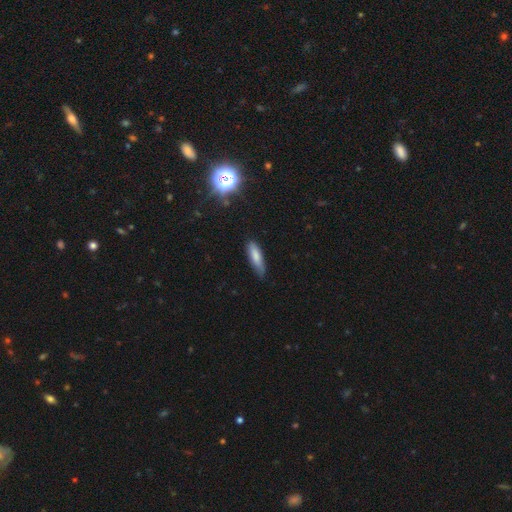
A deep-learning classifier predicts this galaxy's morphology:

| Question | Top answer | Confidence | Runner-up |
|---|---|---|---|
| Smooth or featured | smooth | 79% | featured or disk (13%) |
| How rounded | cigar-shaped | 61% | in between (37%) |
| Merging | none | 73% | minor disturbance (22%) |